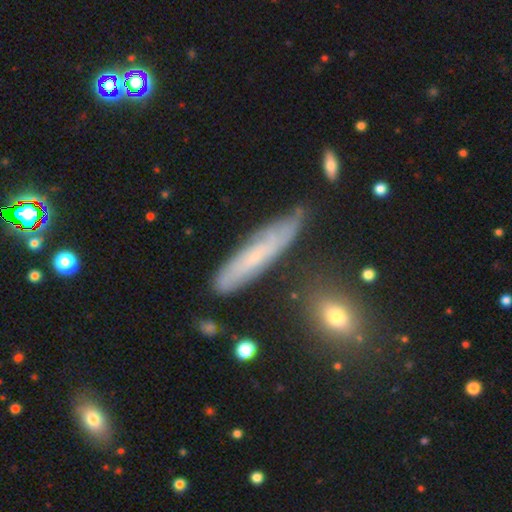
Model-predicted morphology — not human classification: type=featured or disk (51%); edge-on=yes (55%); merging=none (72%).